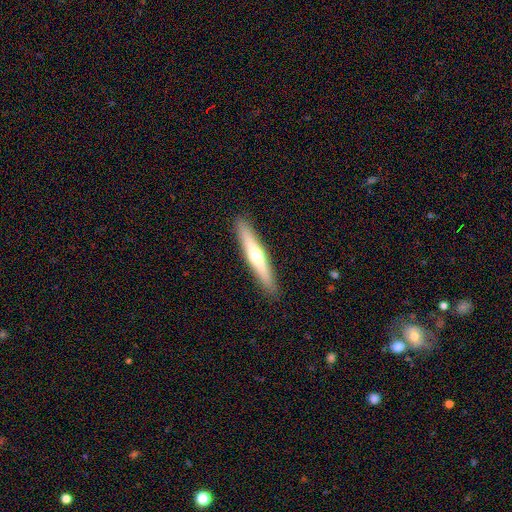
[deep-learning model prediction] This is possibly a featured or disk galaxy (52%). It is clearly viewed edge-on (93%). Merging: clearly none (91%).